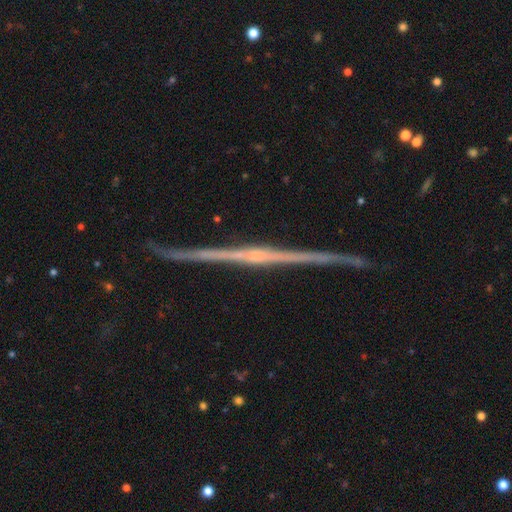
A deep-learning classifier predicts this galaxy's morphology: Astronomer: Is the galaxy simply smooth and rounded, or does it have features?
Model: featured or disk — 88%.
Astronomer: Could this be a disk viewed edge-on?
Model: yes — 98%.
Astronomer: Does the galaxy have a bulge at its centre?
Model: rounded — 55% (runner-up: none, 33%).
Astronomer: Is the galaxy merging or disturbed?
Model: none — 90%.